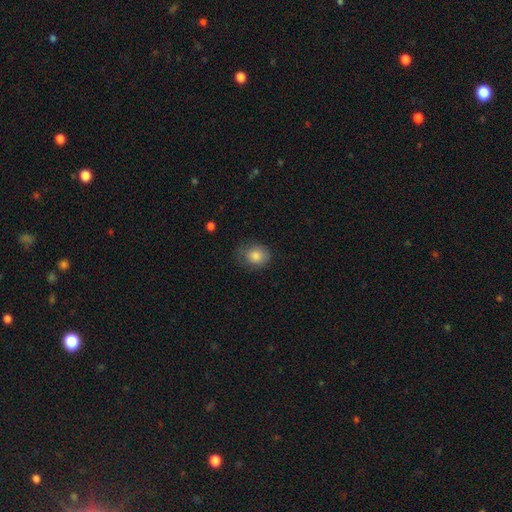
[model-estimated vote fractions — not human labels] The model was most divided on "how rounded": round: 65%, in between: 35%, cigar-shaped: 1%. More confident: smooth or featured — smooth (83%); merging — none (66%).